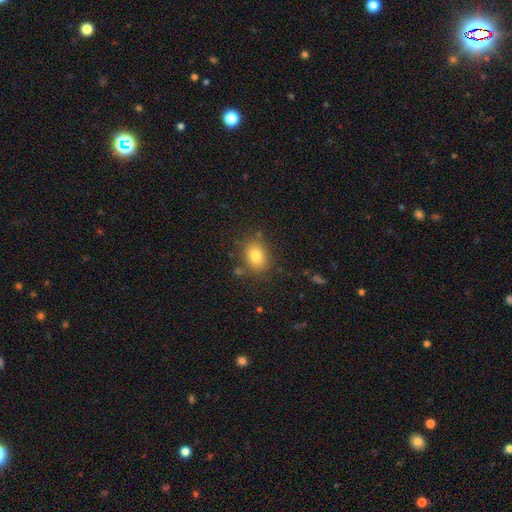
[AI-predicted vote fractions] smooth-or-featured: smooth: 80% | star or artifact: 11% | featured or disk: 9%
  how-rounded: in between: 56% | round: 42% | cigar-shaped: 1%
  merging: none: 79% | minor disturbance: 13% | major disturbance: 4% | merger: 4%